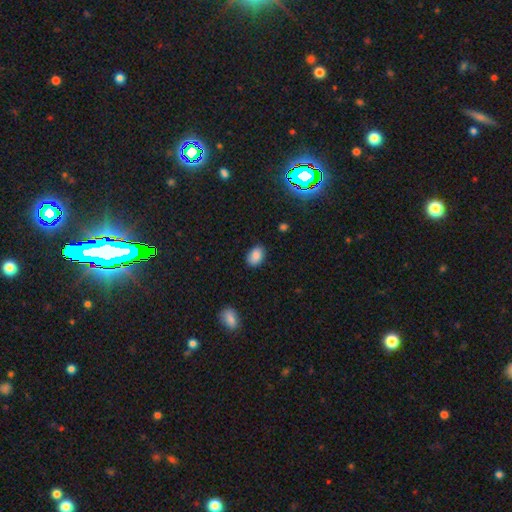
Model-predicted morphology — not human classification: Smooth or featured?
  - smooth: 85% *
  - star or artifact: 10%
  - featured or disk: 5%
How rounded?
  - in between: 82% *
  - round: 17%
  - cigar-shaped: 1%
Merging?
  - none: 80% *
  - minor disturbance: 15%
  - major disturbance: 3%
  - merger: 1%